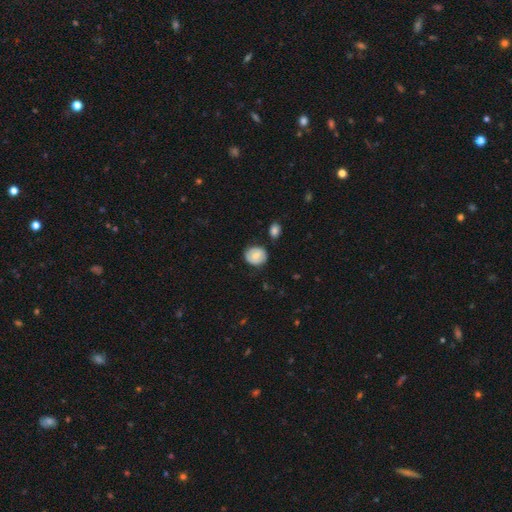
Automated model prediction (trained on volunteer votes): smooth_or_featured: smooth (p=0.70) [alt: featured or disk p=0.22]
how_rounded: round (p=0.76) [alt: in between p=0.23]
merging: none (p=0.74) [alt: minor disturbance p=0.18]